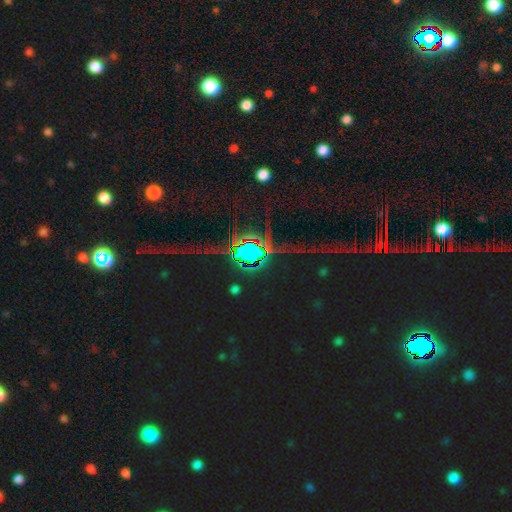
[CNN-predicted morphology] Overall: star or artifact (84%).